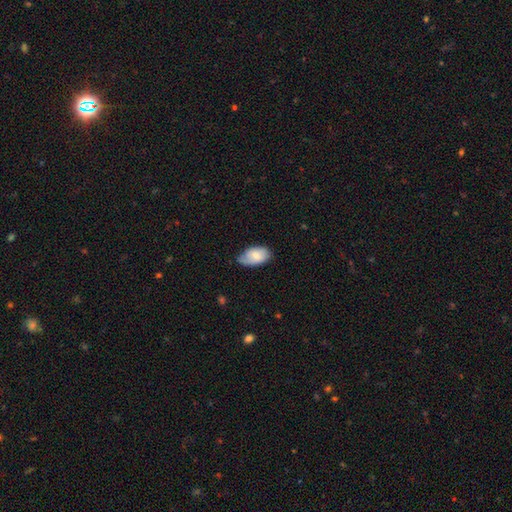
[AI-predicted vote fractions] Q: Smooth or featured?
A: smooth (74%); runner-up: featured or disk (20%)
Q: How rounded?
A: in between (93%); runner-up: round (5%)
Q: Merging?
A: none (57%); runner-up: minor disturbance (35%)